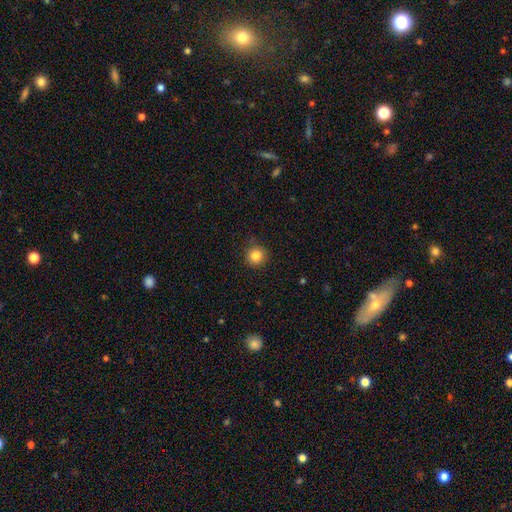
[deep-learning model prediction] A smooth galaxy with no disk features (84%) that is round (94%).

Vote fractions:
- Smooth or featured? smooth: 84% / star or artifact: 11% / featured or disk: 5%
- How rounded? round: 94% / in between: 5% / cigar-shaped: 1%
- Merging? none: 87% / minor disturbance: 10% / major disturbance: 2% / merger: 1%